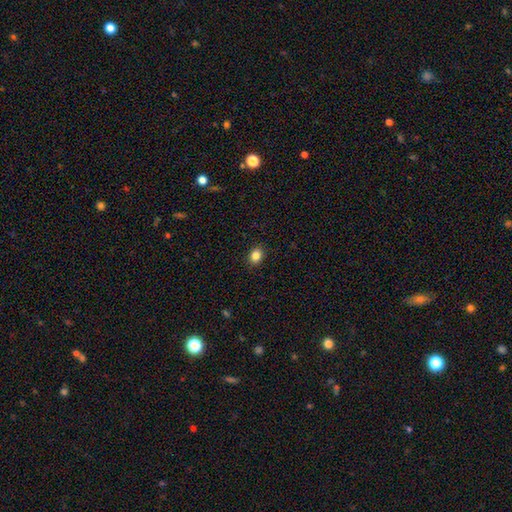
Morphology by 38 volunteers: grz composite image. It shows a smooth galaxy with no disk features (92%) that is round (69%). Merging: none (91%).